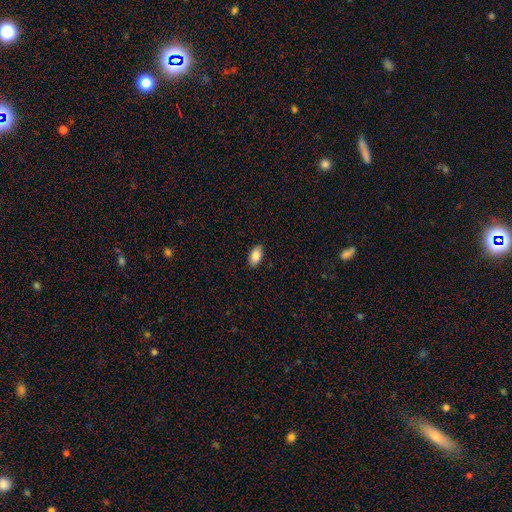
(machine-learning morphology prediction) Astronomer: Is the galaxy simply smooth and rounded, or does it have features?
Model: smooth — 85%.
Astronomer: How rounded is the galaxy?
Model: in between — 93%.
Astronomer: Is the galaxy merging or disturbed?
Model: none — 87%.